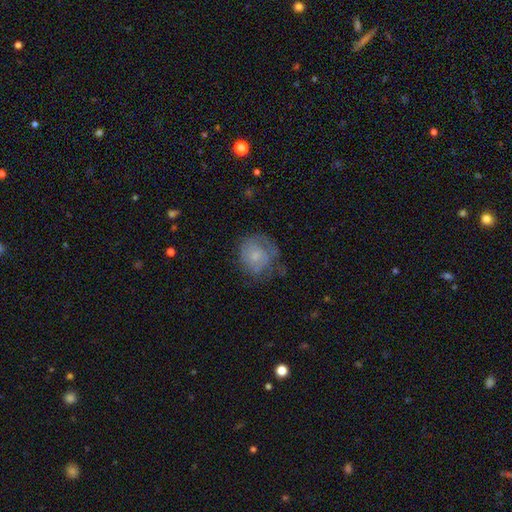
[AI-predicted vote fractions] smooth-or-featured: smooth: 53% | featured or disk: 39% | star or artifact: 8%
  how-rounded: round: 77% | in between: 22% | cigar-shaped: 1%
  merging: none: 50% | minor disturbance: 28% | major disturbance: 21% | merger: 2%